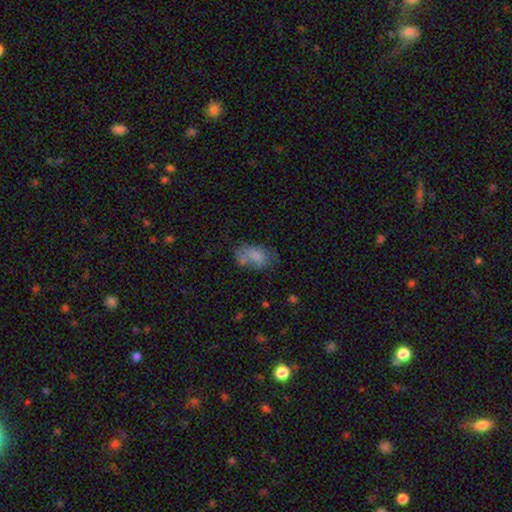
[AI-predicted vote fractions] smooth_or_featured: smooth (p=0.72) [alt: featured or disk p=0.19]
how_rounded: in between (p=0.89) [alt: round p=0.10]
merging: none (p=0.45) [alt: minor disturbance p=0.28]